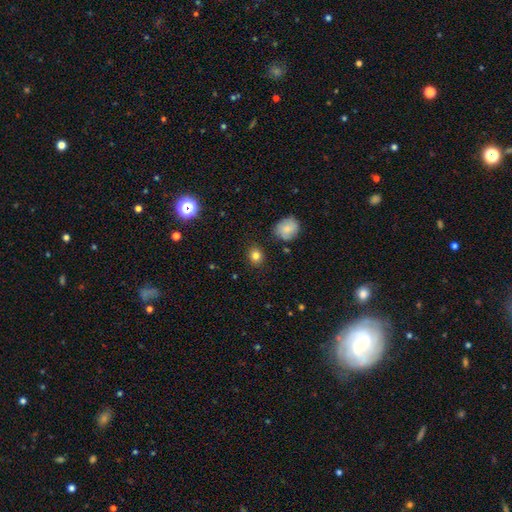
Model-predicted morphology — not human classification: smooth 82%, star or artifact 12%, featured or disk 6%. Down the decision tree: how rounded — round (73%); merging — none (87%).